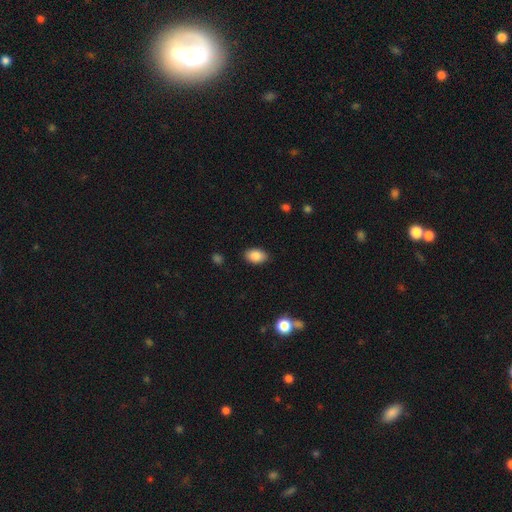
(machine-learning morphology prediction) Smooth or featured?
  - smooth: 86% *
  - star or artifact: 8%
  - featured or disk: 6%
How rounded?
  - in between: 90% *
  - round: 9%
  - cigar-shaped: 1%
Merging?
  - none: 87% *
  - minor disturbance: 9%
  - major disturbance: 2%
  - merger: 1%